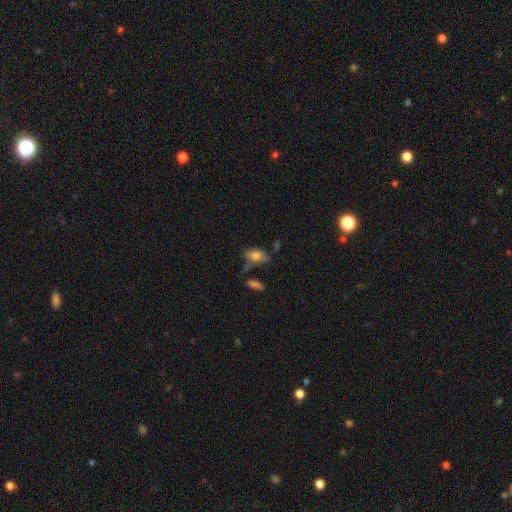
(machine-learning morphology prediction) smooth 77%, featured or disk 15%, star or artifact 8%. Down the decision tree: how rounded — in between (88%); merging — none (55%).